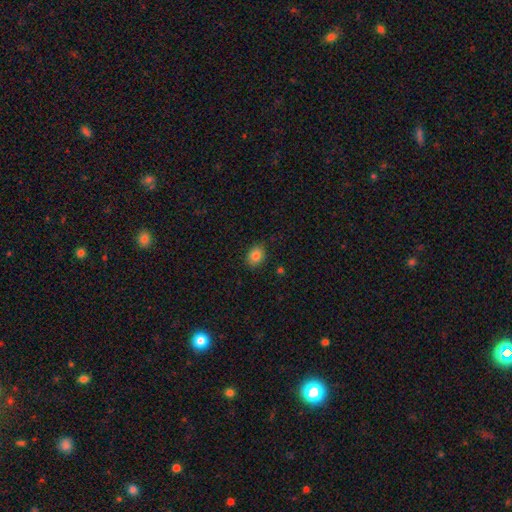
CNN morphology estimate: Q: Smooth or featured?
A: smooth (85%); runner-up: star or artifact (10%)
Q: How rounded?
A: in between (57%); runner-up: round (42%)
Q: Merging?
A: none (84%); runner-up: minor disturbance (12%)